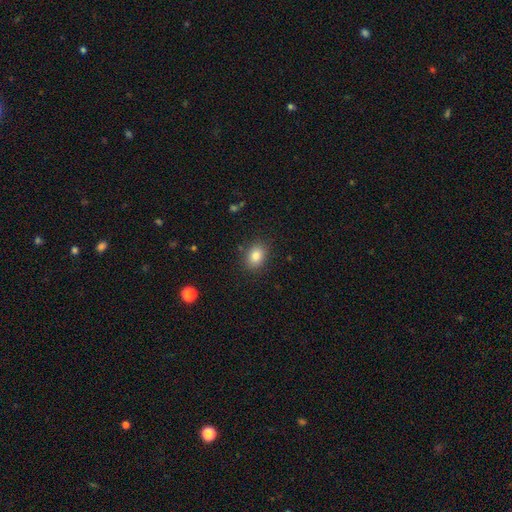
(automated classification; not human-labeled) Smooth or featured? smooth (83%)
How rounded? in between (67%)
Merging? none (86%)